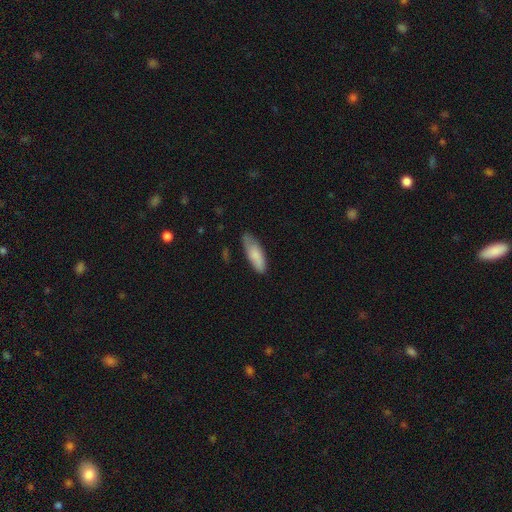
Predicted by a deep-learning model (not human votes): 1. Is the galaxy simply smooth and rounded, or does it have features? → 81% smooth, 13% featured or disk, 6% star or artifact.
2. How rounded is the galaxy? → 64% in between, 35% cigar-shaped, 2% round.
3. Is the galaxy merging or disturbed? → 65% none, 28% minor disturbance, 5% major disturbance, 2% merger.